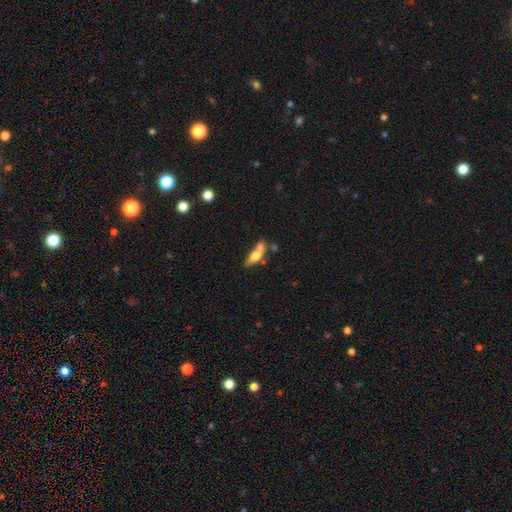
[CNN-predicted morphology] The model was most divided on "merging": none: 39%, merger: 32%, minor disturbance: 19%, major disturbance: 10%. More confident: smooth or featured — smooth (58%); how rounded — in between (56%).